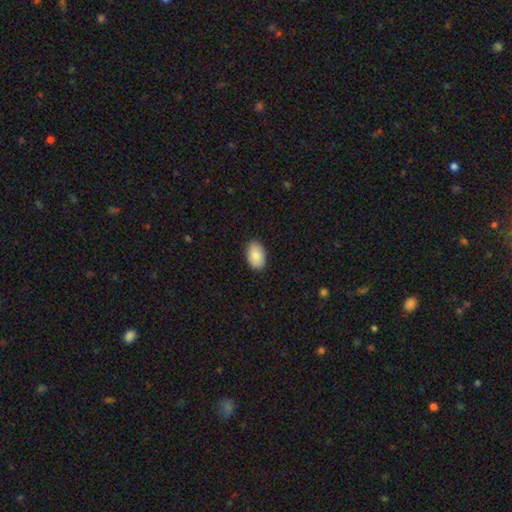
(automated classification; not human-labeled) smooth-or-featured: smooth: 86% | featured or disk: 8% | star or artifact: 6%
  how-rounded: in between: 91% | round: 7% | cigar-shaped: 1%
  merging: none: 88% | minor disturbance: 9% | major disturbance: 2% | merger: 1%